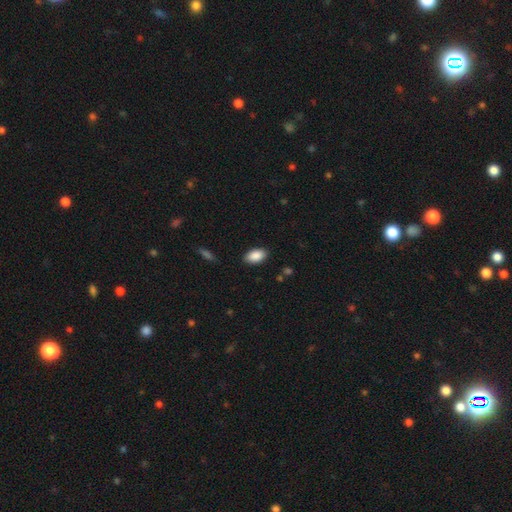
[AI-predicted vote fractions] Smooth or featured: smooth — 89% (star or artifact — 7%)
How rounded: in between — 93% (round — 5%)
Merging: none — 87% (minor disturbance — 9%)